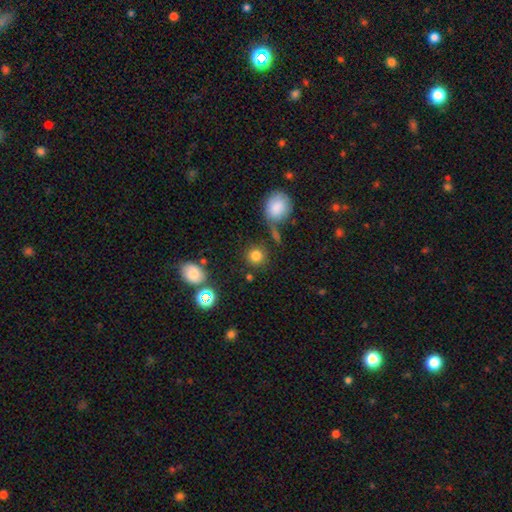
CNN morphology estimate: Smooth or featured?
  - smooth: 81% *
  - star or artifact: 13%
  - featured or disk: 6%
How rounded?
  - round: 90% *
  - in between: 9%
  - cigar-shaped: 1%
Merging?
  - none: 78% *
  - merger: 9%
  - minor disturbance: 9%
  - major disturbance: 4%